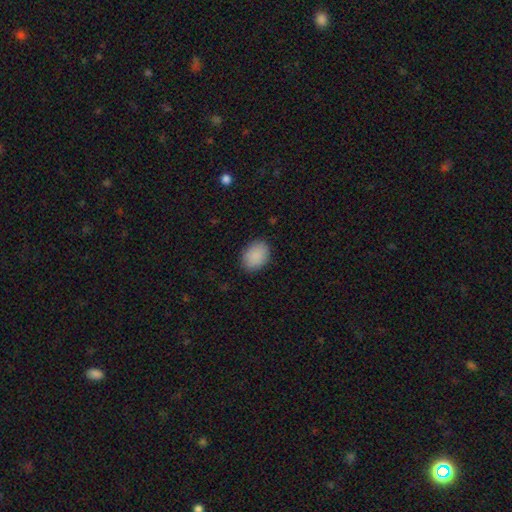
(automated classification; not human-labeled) Q: Smooth or featured?
A: smooth (89%); runner-up: star or artifact (7%)
Q: How rounded?
A: in between (67%); runner-up: round (32%)
Q: Merging?
A: none (86%); runner-up: minor disturbance (10%)